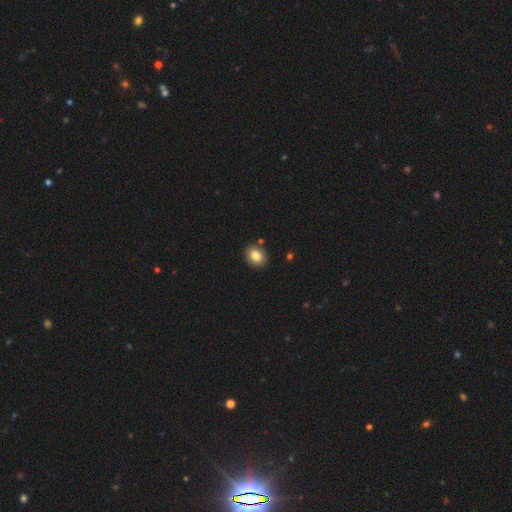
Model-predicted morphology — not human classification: Smooth or featured? Predicted: smooth (p=0.83). How rounded? Predicted: in between (p=0.54). Merging? Predicted: none (p=0.86).